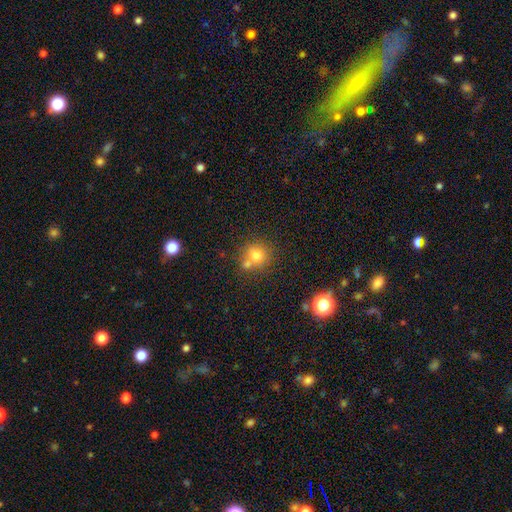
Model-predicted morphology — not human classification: Smooth or featured: smooth — 75% (star or artifact — 14%)
How rounded: round — 85% (in between — 14%)
Merging: none — 57% (merger — 29%)